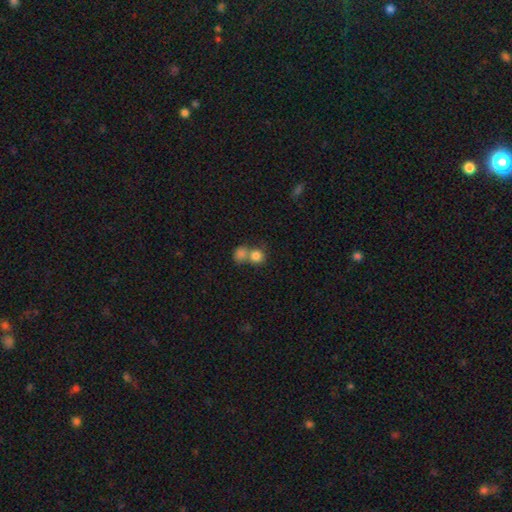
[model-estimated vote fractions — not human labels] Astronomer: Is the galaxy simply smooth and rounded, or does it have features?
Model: smooth — 82%.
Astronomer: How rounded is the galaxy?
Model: round — 83%.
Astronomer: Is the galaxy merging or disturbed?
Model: merger — 51% (runner-up: none, 39%).